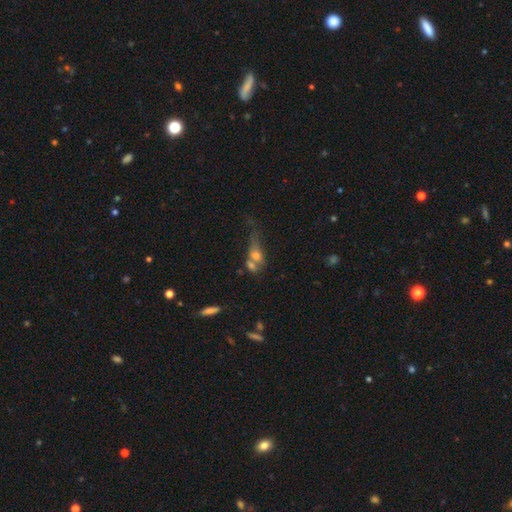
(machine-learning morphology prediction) smooth 59%, featured or disk 28%, star or artifact 13%. Down the decision tree: how rounded — in between (58%); merging — merger (49%).